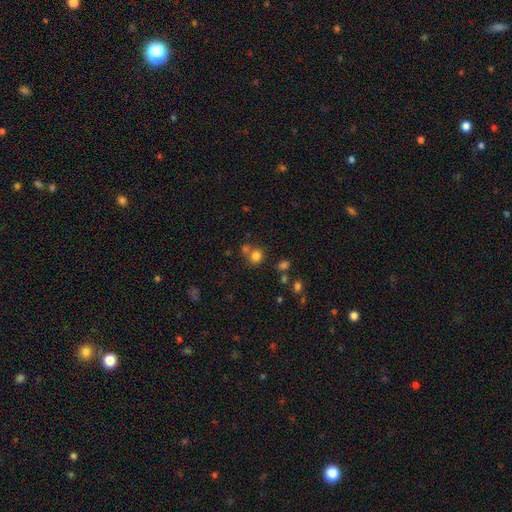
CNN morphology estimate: Smooth or featured? smooth (79%)
How rounded? round (83%)
Merging? none (62%)